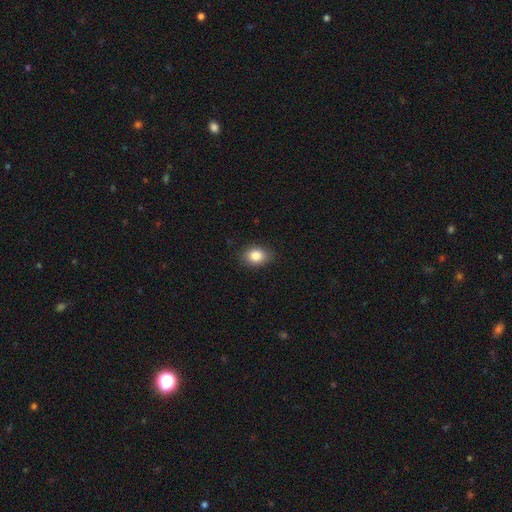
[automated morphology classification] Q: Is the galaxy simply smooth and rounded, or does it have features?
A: smooth — 85%.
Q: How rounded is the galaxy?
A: in between — 64%.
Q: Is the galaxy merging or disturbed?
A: none — 83%.